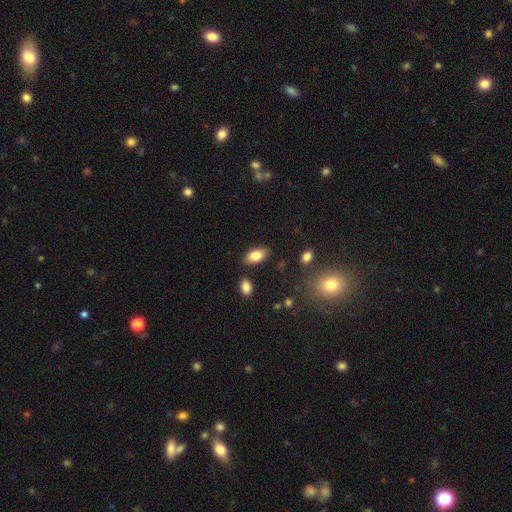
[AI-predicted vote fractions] smooth-or-featured: smooth: 83% | featured or disk: 10% | star or artifact: 7%
  how-rounded: in between: 92% | round: 4% | cigar-shaped: 4%
  merging: none: 83% | minor disturbance: 11% | merger: 3% | major disturbance: 3%